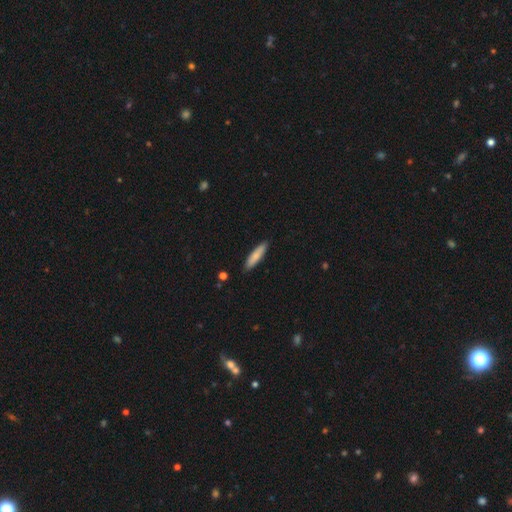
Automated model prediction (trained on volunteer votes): Smooth or featured: smooth — 80% (featured or disk — 14%)
How rounded: cigar-shaped — 77% (in between — 22%)
Merging: none — 89% (minor disturbance — 9%)